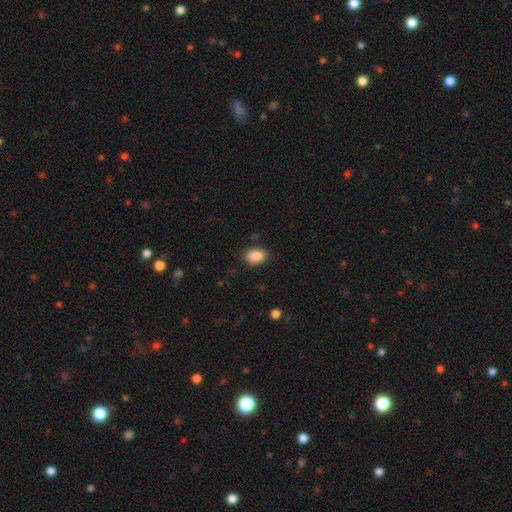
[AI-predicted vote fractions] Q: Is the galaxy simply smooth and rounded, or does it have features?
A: smooth — 88%.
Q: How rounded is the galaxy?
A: in between — 82%.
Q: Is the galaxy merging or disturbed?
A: none — 84%.